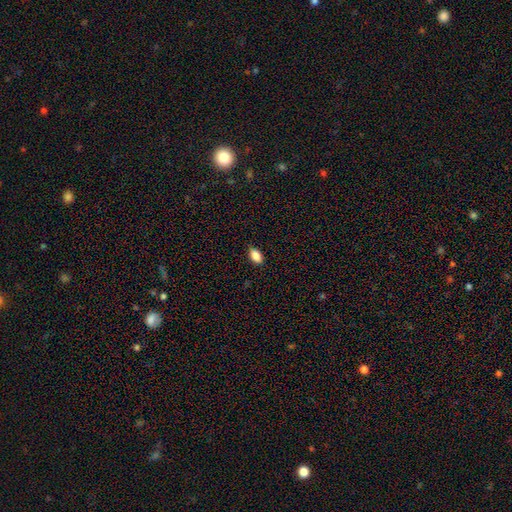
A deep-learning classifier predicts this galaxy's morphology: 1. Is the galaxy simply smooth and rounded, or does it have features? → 86% smooth, 8% star or artifact, 5% featured or disk.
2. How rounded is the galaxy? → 90% in between, 5% round, 4% cigar-shaped.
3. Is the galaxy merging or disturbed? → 85% none, 12% minor disturbance, 2% major disturbance, 1% merger.